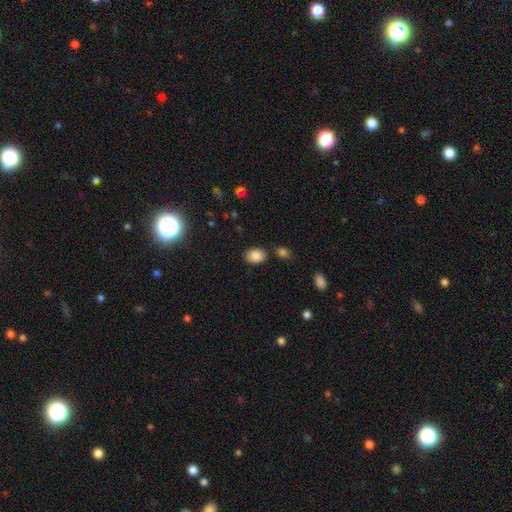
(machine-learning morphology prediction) A smooth galaxy with no disk features (86%) that is in between round and cigar-shaped (76%). Merging: none (78%).